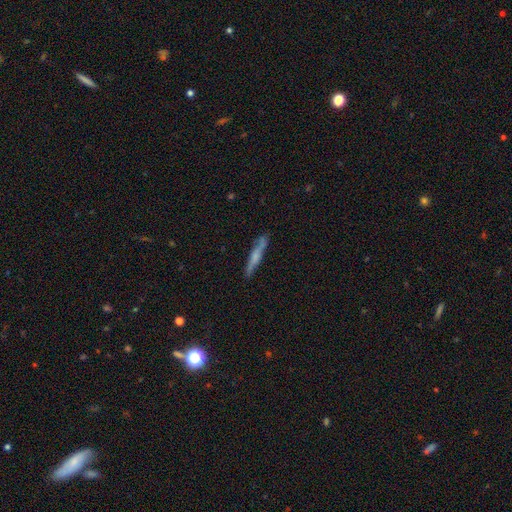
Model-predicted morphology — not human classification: Smooth or featured?
  - featured or disk: 50% *
  - smooth: 44%
  - star or artifact: 7%
Merging?
  - none: 82% *
  - minor disturbance: 13%
  - major disturbance: 3%
  - merger: 2%